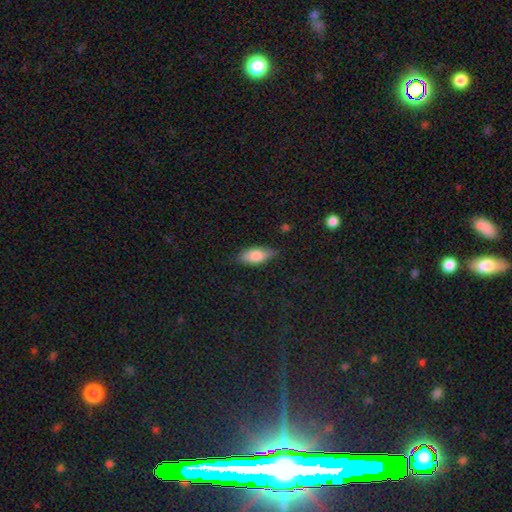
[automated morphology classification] This is likely a smooth galaxy (77%). How rounded: clearly in between (84%). Merging: likely none (77%).